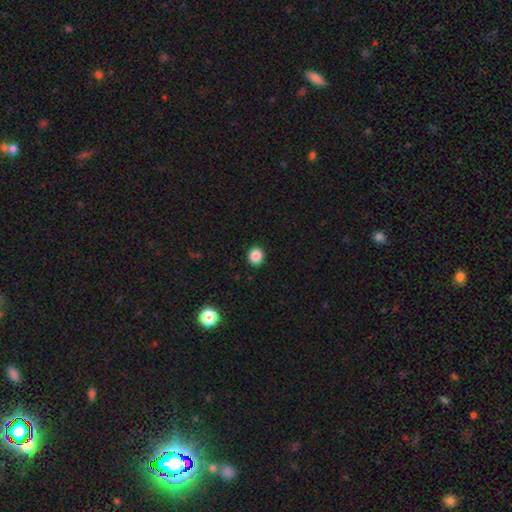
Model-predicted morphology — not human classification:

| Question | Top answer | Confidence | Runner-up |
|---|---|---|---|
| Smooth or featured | smooth | 87% | star or artifact (10%) |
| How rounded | round | 79% | in between (20%) |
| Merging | none | 92% | minor disturbance (6%) |